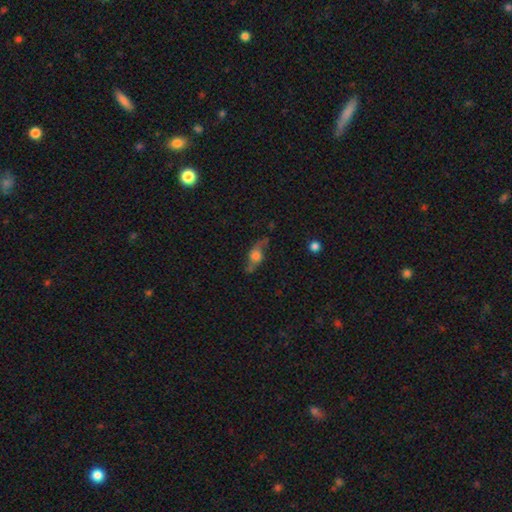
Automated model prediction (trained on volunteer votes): Morphology: type=featured or disk (53%); edge-on=no (61%); merging=none (59%).